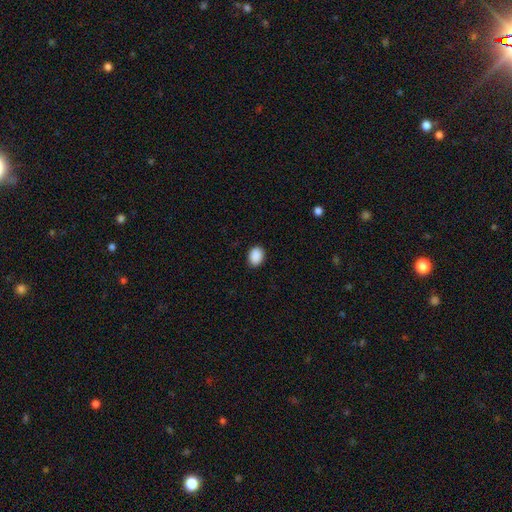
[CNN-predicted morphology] Smooth or featured? smooth (90%)
How rounded? in between (71%)
Merging? none (89%)